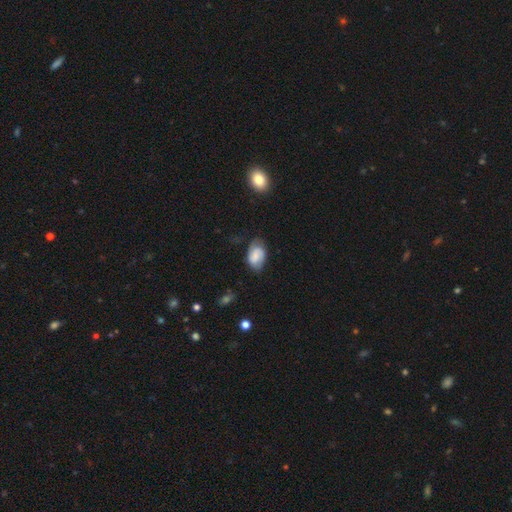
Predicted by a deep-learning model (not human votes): A smooth galaxy with no disk features (55%) that is in between round and cigar-shaped (89%). Merging: none (65%).